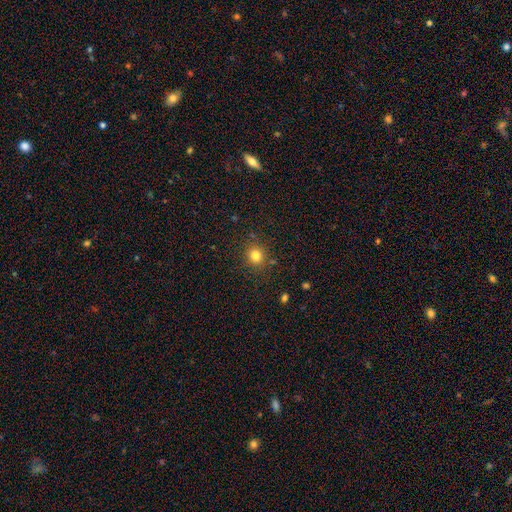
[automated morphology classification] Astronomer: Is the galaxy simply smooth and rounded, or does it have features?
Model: smooth — 80%.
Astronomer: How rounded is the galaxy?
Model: round — 86%.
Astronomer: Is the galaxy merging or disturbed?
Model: none — 86%.